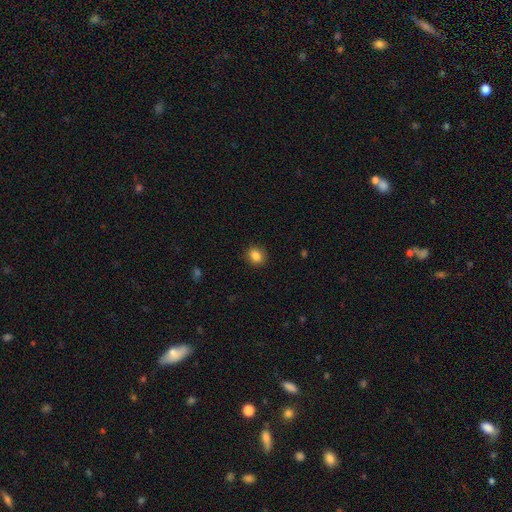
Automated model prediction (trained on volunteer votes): smooth 85%, star or artifact 10%, featured or disk 5%. Down the decision tree: how rounded — round (59%); merging — none (89%).